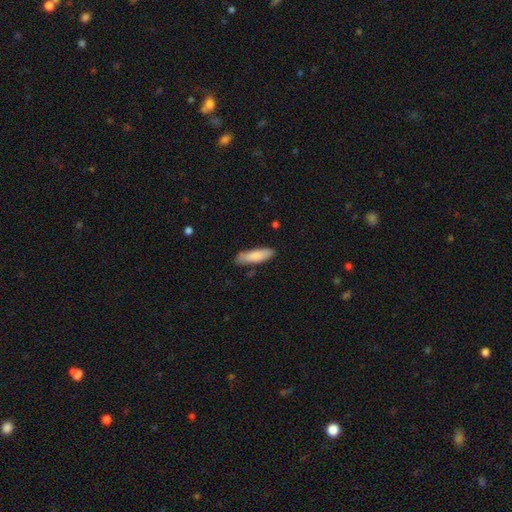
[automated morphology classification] smooth_or_featured: smooth (p=0.83) [alt: featured or disk p=0.12]
how_rounded: cigar-shaped (p=0.54) [alt: in between p=0.44]
merging: none (p=0.76) [alt: minor disturbance p=0.19]